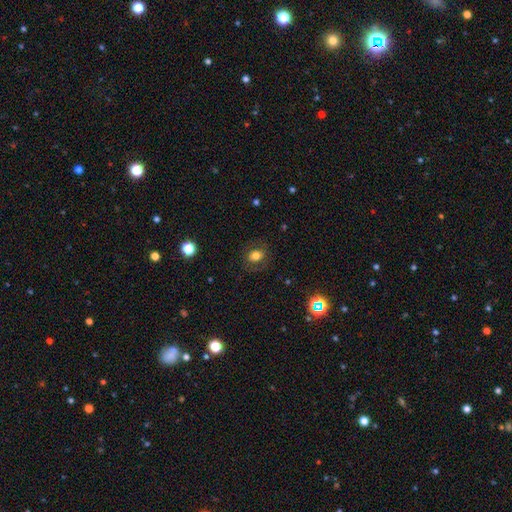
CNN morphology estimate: A smooth galaxy with no disk features (73%) that is in between round and cigar-shaped (53%). Merging: none (80%).